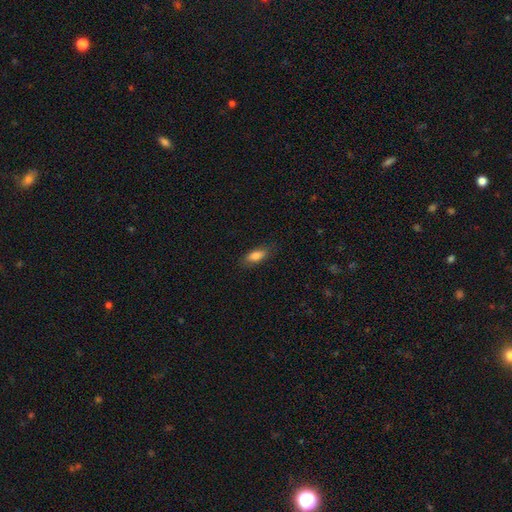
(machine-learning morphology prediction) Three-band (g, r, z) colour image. It shows a smooth galaxy with no disk features (82%) that is in between round and cigar-shaped (80%). Merging: none (82%).